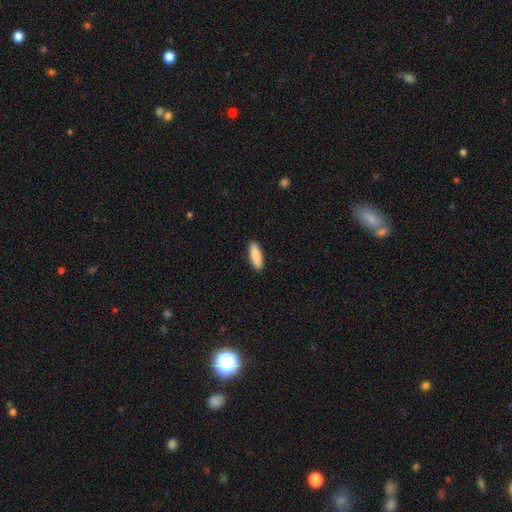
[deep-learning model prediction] A smooth galaxy with no disk features (87%) that is in between round and cigar-shaped (52%).

Vote fractions:
- Smooth or featured? smooth: 87% / featured or disk: 8% / star or artifact: 5%
- How rounded? in between: 52% / cigar-shaped: 46% / round: 2%
- Merging? none: 91% / minor disturbance: 7% / major disturbance: 2% / merger: 1%